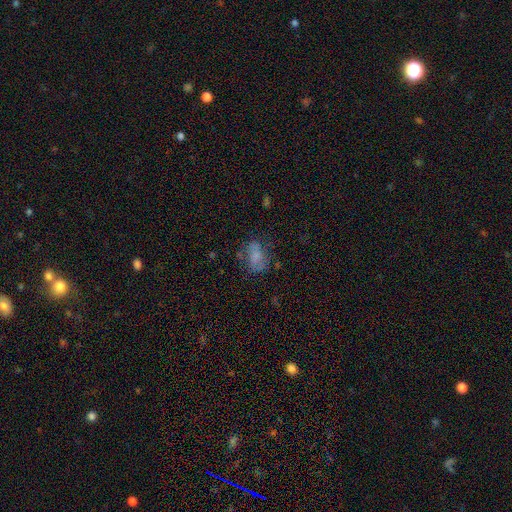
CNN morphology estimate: This is likely a smooth galaxy (63%). How rounded: clearly in between (81%). Merging: possibly none (56%).